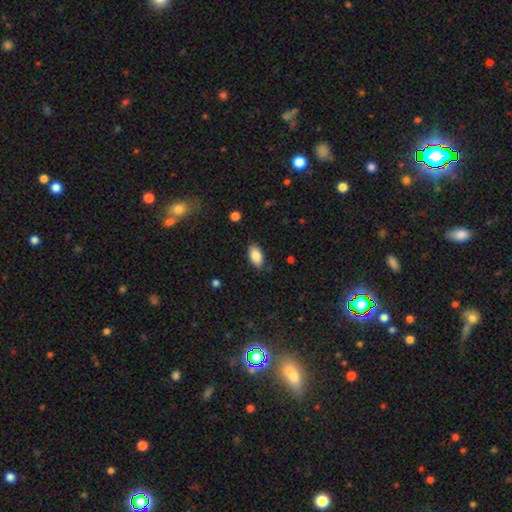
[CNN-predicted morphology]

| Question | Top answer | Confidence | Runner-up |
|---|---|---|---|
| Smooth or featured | smooth | 87% | star or artifact (7%) |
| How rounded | in between | 93% | round (4%) |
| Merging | none | 84% | minor disturbance (12%) |